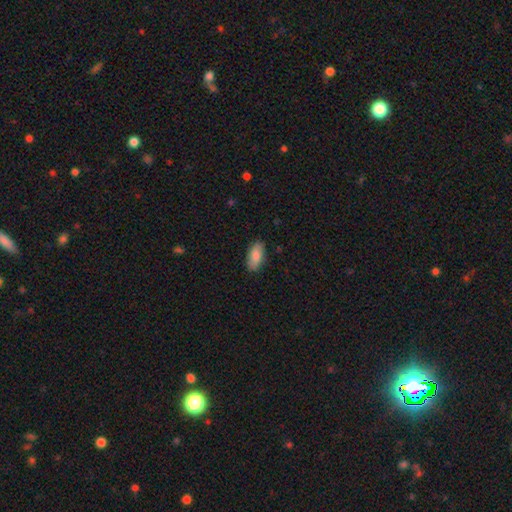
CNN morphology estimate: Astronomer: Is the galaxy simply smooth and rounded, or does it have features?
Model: smooth — 83%.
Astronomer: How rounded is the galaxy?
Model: in between — 89%.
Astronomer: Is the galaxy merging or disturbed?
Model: none — 84%.